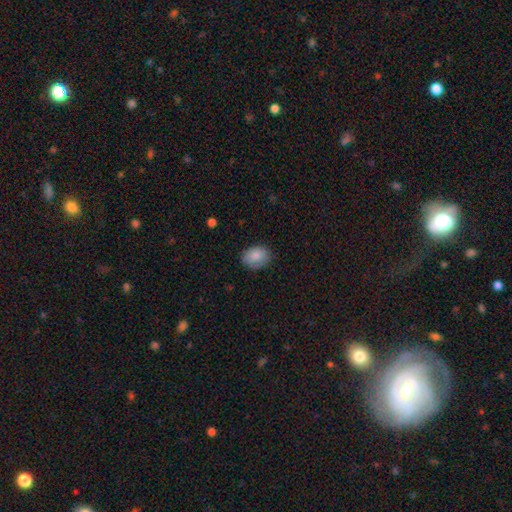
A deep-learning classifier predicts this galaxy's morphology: Smooth or featured: smooth — 86% (star or artifact — 7%)
How rounded: in between — 68% (round — 31%)
Merging: none — 76% (minor disturbance — 19%)